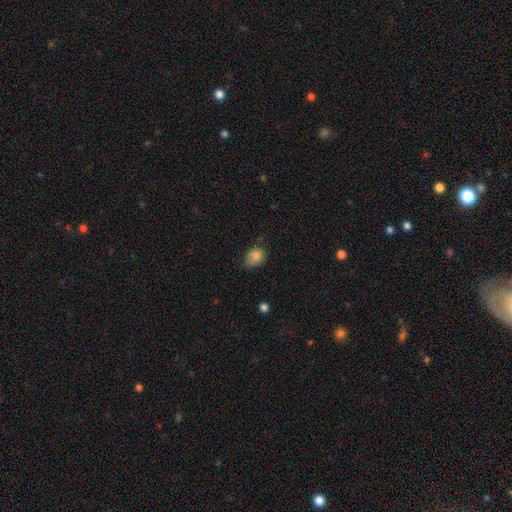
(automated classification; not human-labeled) This is clearly a smooth galaxy (81%). How rounded: possibly in between (57%). Merging: possibly none (52%).